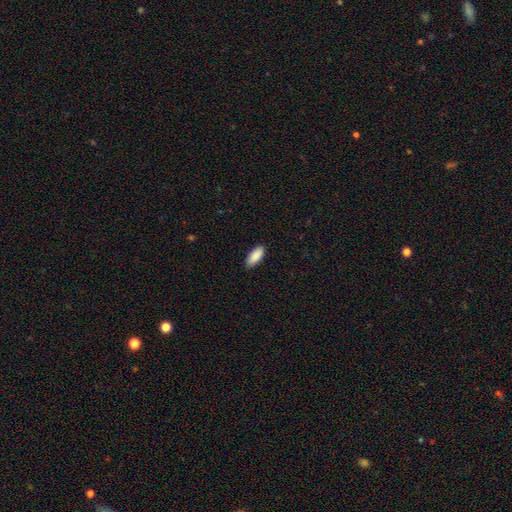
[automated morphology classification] This appears to be a smooth galaxy with no disk features (90%) that is in between round and cigar-shaped (84%). Merging: none (87%).